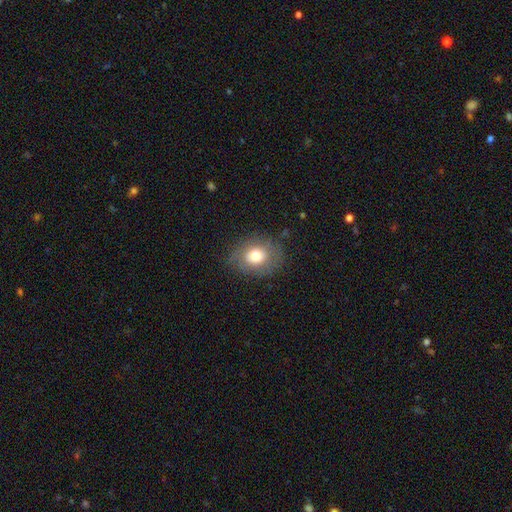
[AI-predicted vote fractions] This is likely a smooth galaxy (70%). How rounded: possibly in between (54%). Merging: likely none (76%).